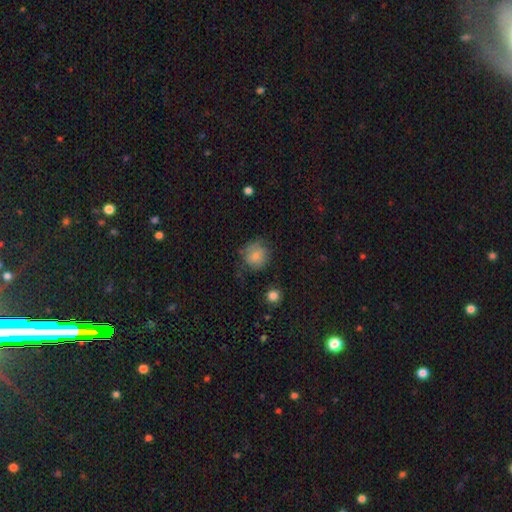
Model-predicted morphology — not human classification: type=smooth (78%); roundness=round (85%); merging=none (67%).